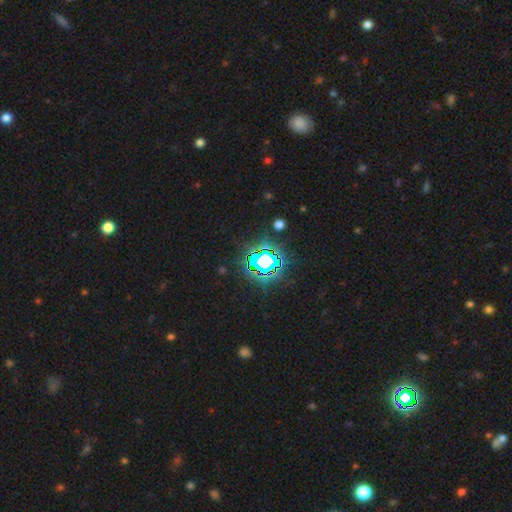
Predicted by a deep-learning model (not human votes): The model was most divided on "smooth or featured": star or artifact: 72%, smooth: 16%, featured or disk: 12%.